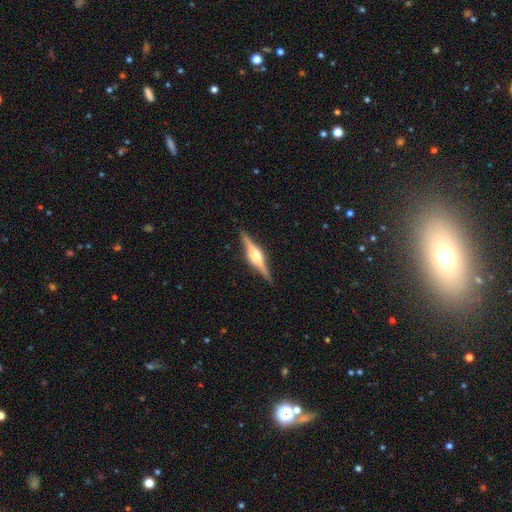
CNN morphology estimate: smooth_or_featured: featured or disk (p=0.83) [alt: smooth p=0.12]
disk_edge_on: yes (p=0.98) [alt: no p=0.02]
edge_on_bulge: rounded (p=0.86) [alt: boxy p=0.12]
merging: none (p=0.90) [alt: minor disturbance p=0.07]